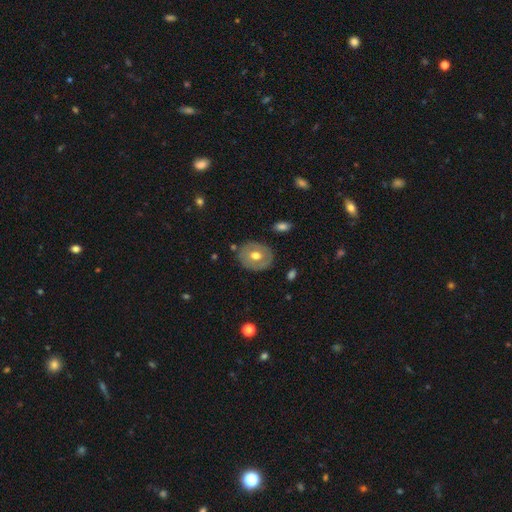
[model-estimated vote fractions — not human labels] Morphology: type=smooth (48%); merging=none (81%).